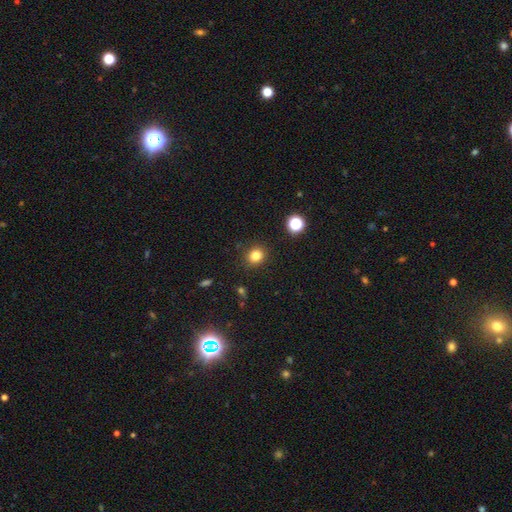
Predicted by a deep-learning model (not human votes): Q: Smooth or featured?
A: smooth (82%); runner-up: star or artifact (13%)
Q: How rounded?
A: round (83%); runner-up: in between (16%)
Q: Merging?
A: none (89%); runner-up: minor disturbance (7%)